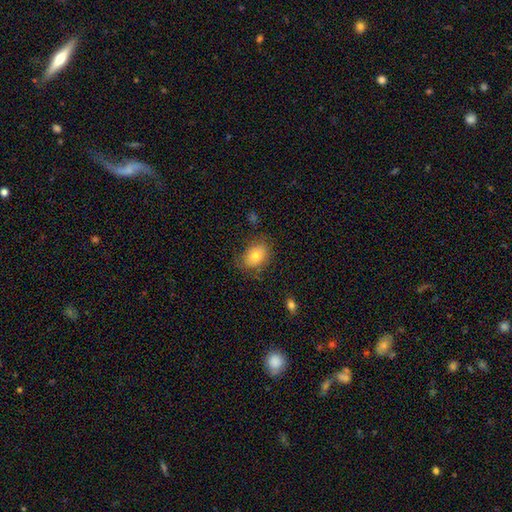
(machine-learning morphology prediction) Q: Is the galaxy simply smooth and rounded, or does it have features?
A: smooth — 77%.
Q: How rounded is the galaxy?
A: in between — 76%.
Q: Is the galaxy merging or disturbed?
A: none — 74%.